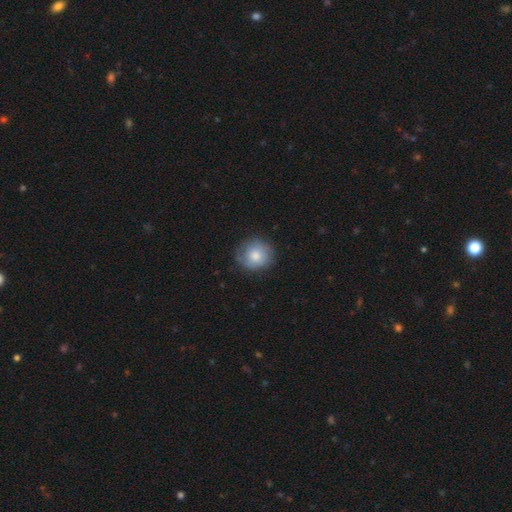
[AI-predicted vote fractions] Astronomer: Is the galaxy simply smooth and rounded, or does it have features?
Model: smooth — 76%.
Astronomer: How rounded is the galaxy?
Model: round — 90%.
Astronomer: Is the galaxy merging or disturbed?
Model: none — 78%.